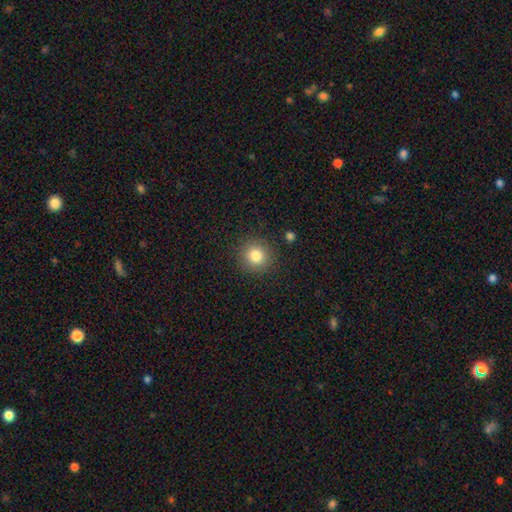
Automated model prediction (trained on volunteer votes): Q: Smooth or featured?
A: smooth (82%); runner-up: star or artifact (11%)
Q: How rounded?
A: round (92%); runner-up: in between (7%)
Q: Merging?
A: none (88%); runner-up: minor disturbance (7%)